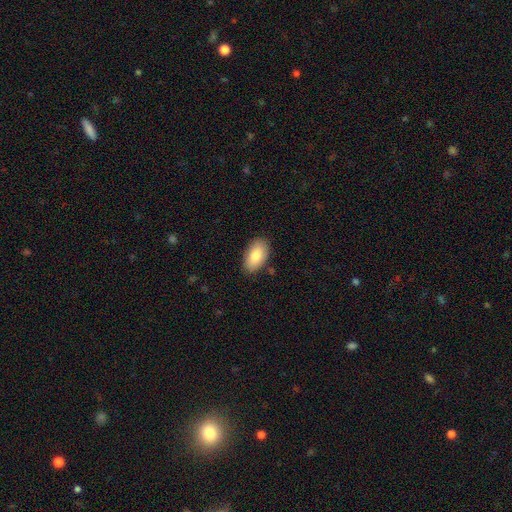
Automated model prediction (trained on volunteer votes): Smooth or featured: smooth — 82% (featured or disk — 12%)
How rounded: in between — 94% (round — 4%)
Merging: none — 85% (minor disturbance — 11%)